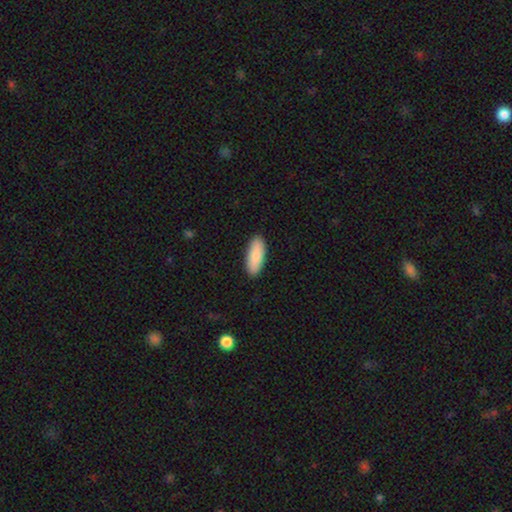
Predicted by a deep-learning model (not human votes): Overall: smooth (88%). How rounded: in between (73%). Merging: none (90%).